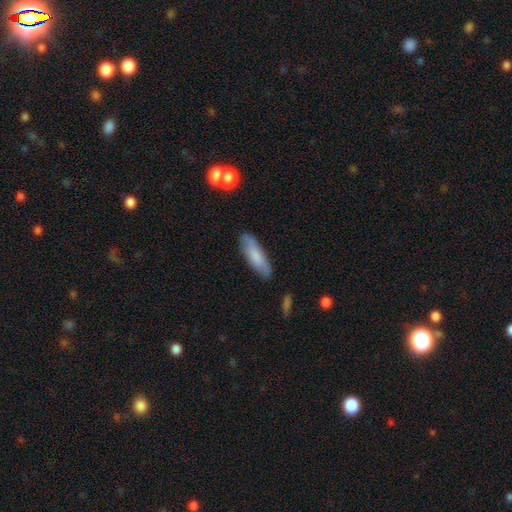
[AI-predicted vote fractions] A smooth galaxy with no disk features (76%) that is cigar-shaped (49%, tied with in between).

Vote fractions:
- Smooth or featured? smooth: 76% / featured or disk: 17% / star or artifact: 6%
- How rounded? cigar-shaped: 49% (tied) / in between: 49% (tied) / round: 2%
- Merging? none: 81% / minor disturbance: 14% / major disturbance: 3% / merger: 2%